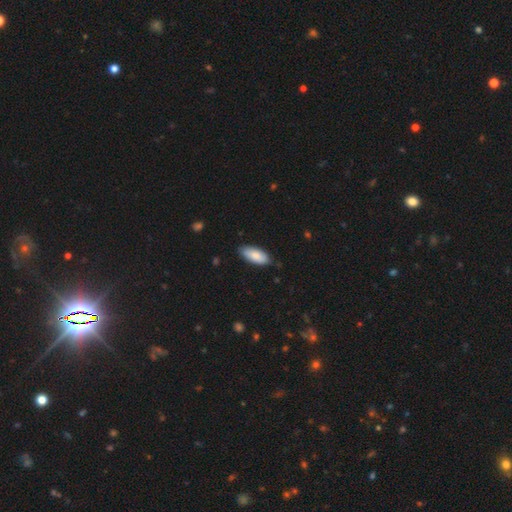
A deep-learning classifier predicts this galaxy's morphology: Smooth or featured?
  - smooth: 85% *
  - featured or disk: 9%
  - star or artifact: 5%
How rounded?
  - in between: 85% *
  - cigar-shaped: 13%
  - round: 2%
Merging?
  - none: 83% *
  - minor disturbance: 14%
  - major disturbance: 2%
  - merger: 1%